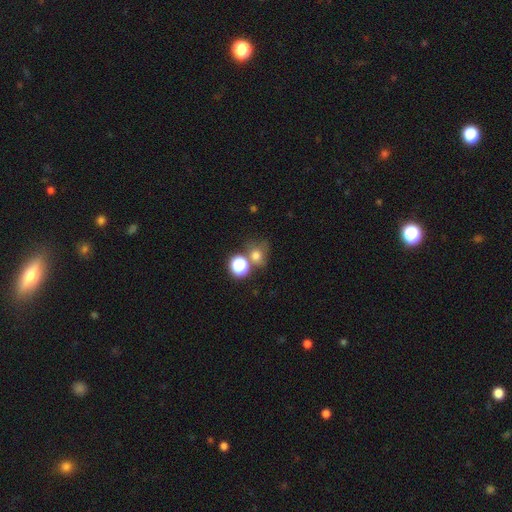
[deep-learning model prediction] smooth 68%, star or artifact 22%, featured or disk 10%. Down the decision tree: how rounded — round (68%); merging — none (51%).